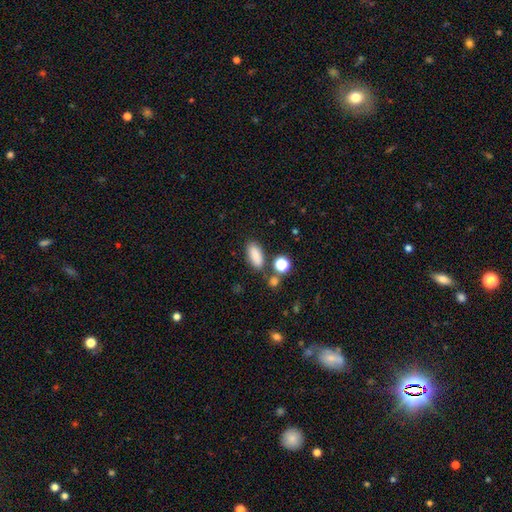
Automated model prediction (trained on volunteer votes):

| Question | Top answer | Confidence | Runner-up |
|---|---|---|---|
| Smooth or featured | smooth | 84% | star or artifact (10%) |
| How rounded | in between | 85% | cigar-shaped (9%) |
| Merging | none | 74% | minor disturbance (13%) |